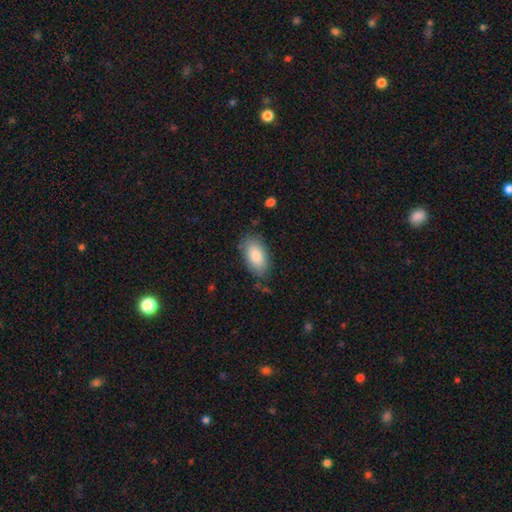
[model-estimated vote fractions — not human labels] smooth 82%, featured or disk 11%, star or artifact 6%. Down the decision tree: how rounded — in between (94%); merging — none (77%).